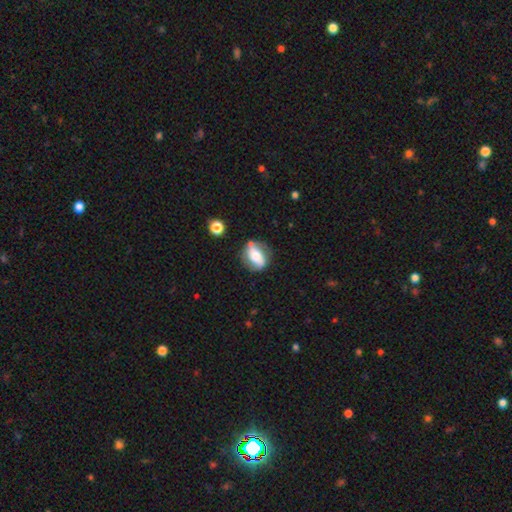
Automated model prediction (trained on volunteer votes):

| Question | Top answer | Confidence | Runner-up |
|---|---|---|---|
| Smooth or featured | featured or disk | 53% | smooth (40%) |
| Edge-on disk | no | 87% | yes (13%) |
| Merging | none | 68% | minor disturbance (20%) |